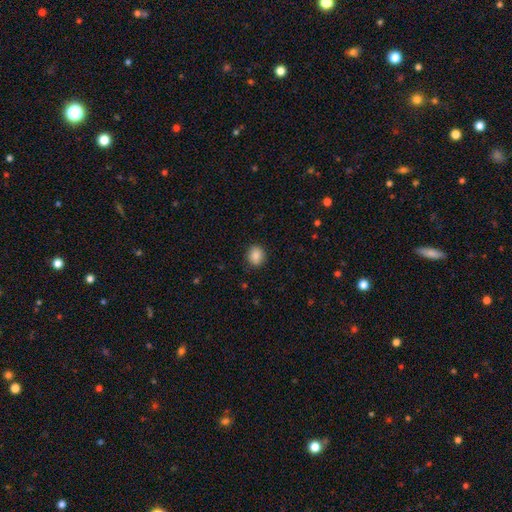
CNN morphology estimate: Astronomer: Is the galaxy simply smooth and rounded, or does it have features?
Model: smooth — 88%.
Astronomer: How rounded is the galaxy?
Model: round — 70%.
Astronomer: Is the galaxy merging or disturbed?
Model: none — 88%.